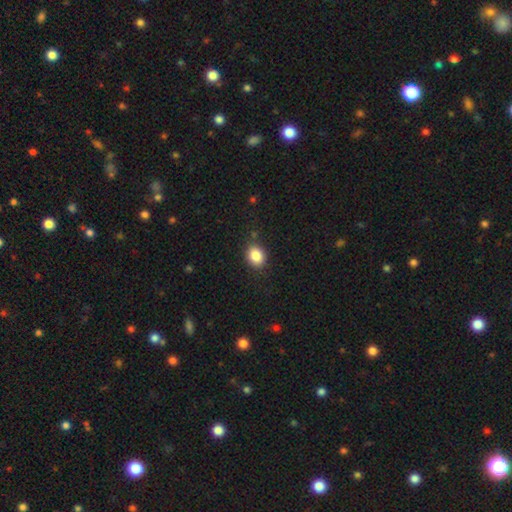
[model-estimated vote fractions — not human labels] Morphology: type=smooth (86%); roundness=in between (54%); merging=none (83%).